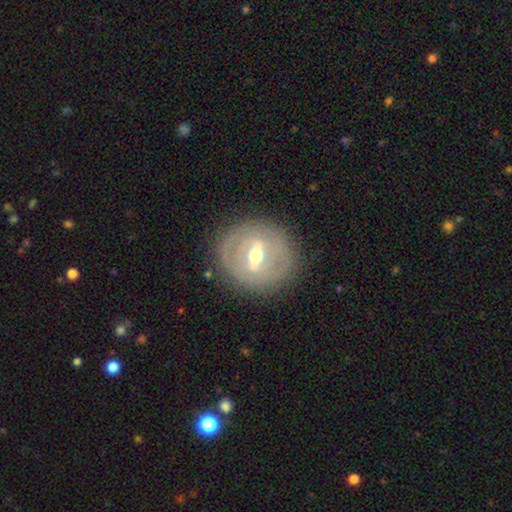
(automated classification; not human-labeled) Morphology: type=featured or disk (79%); edge-on=no (89%); bar=strong (60%); spiral arms=yes (52%); bulge=moderate (68%); merging=none (83%).